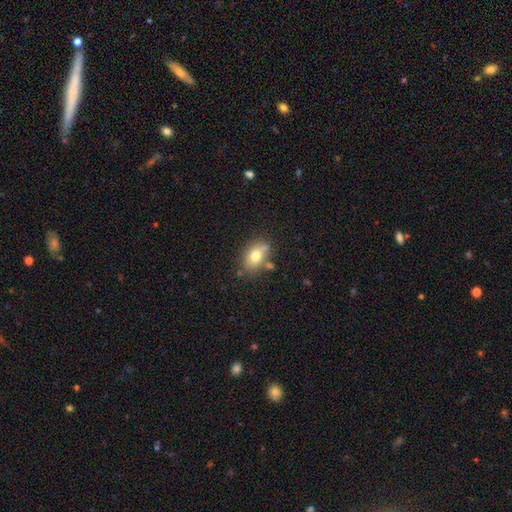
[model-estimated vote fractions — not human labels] smooth-or-featured: smooth: 75% | featured or disk: 16% | star or artifact: 9%
  how-rounded: in between: 79% | round: 19% | cigar-shaped: 2%
  merging: none: 64% | minor disturbance: 19% | merger: 12% | major disturbance: 5%